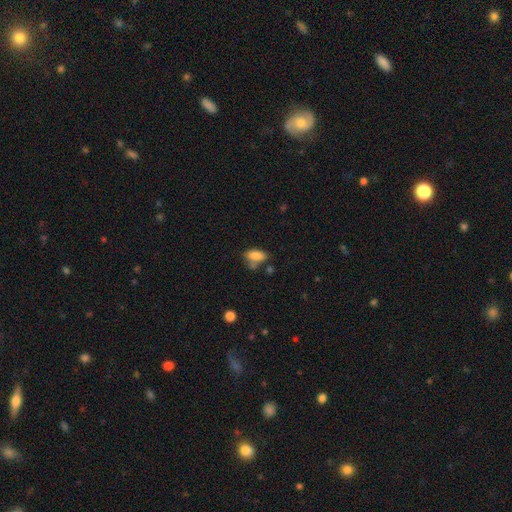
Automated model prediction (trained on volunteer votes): Smooth or featured: smooth — 82% (featured or disk — 9%)
How rounded: in between — 88% (cigar-shaped — 7%)
Merging: none — 51% (minor disturbance — 25%)